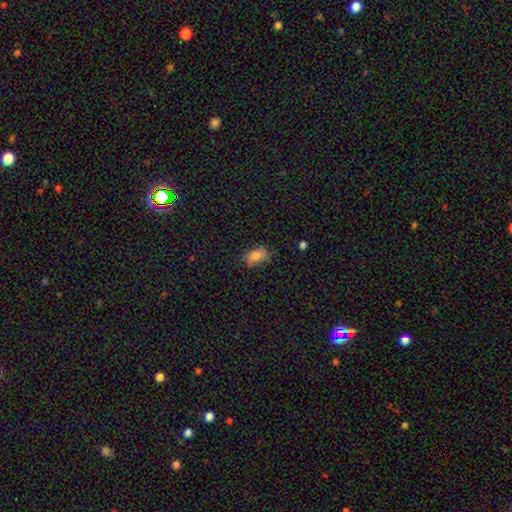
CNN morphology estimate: smooth 80%, star or artifact 10%, featured or disk 10%. Down the decision tree: how rounded — in between (86%); merging — none (71%).